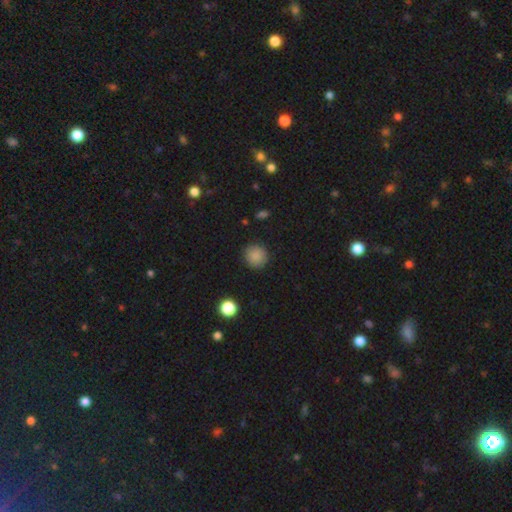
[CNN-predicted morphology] This appears to be a smooth galaxy with no disk features (87%) that is round (92%). Merging: none (89%).